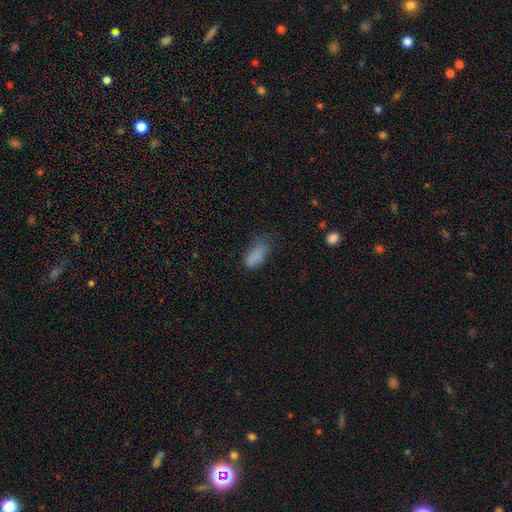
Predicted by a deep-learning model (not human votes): Overall: smooth (82%). How rounded: in between (89%). Merging: none (48%; minor disturbance 34%).